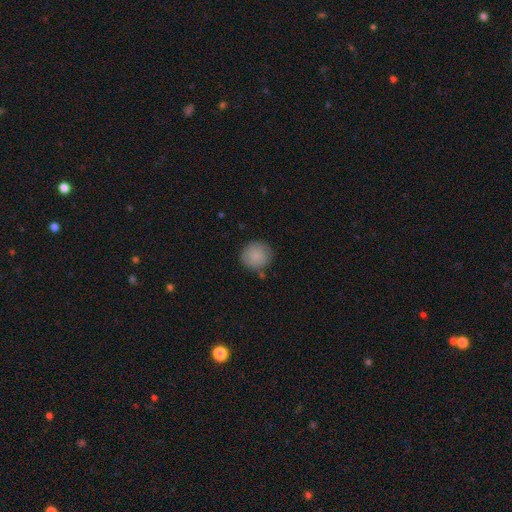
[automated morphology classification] A smooth galaxy with no disk features (86%) that is round (92%).

Vote fractions:
- Smooth or featured? smooth: 86% / star or artifact: 8% / featured or disk: 6%
- How rounded? round: 92% / in between: 7% / cigar-shaped: 1%
- Merging? none: 81% / minor disturbance: 13% / merger: 3% / major disturbance: 3%